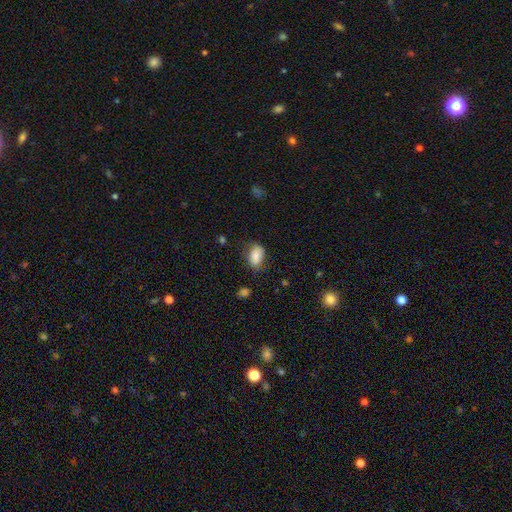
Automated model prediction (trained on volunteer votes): The model was most divided on "merging": none: 66%, minor disturbance: 25%, major disturbance: 7%, merger: 2%. More confident: how rounded — in between (87%); smooth or featured — smooth (83%).